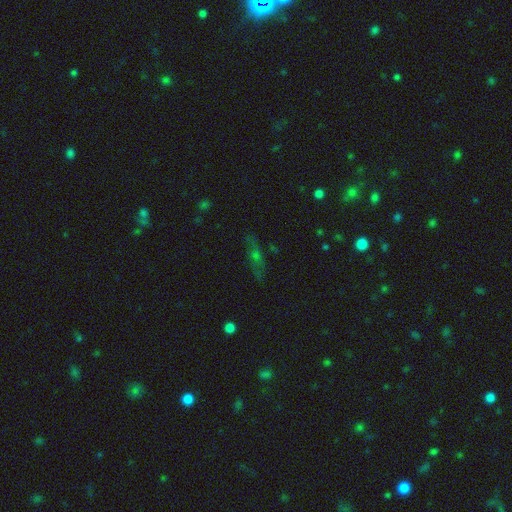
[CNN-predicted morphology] Smooth or featured: featured or disk — 36% (star or artifact — 35%)
Merging: none — 74% (minor disturbance — 15%)